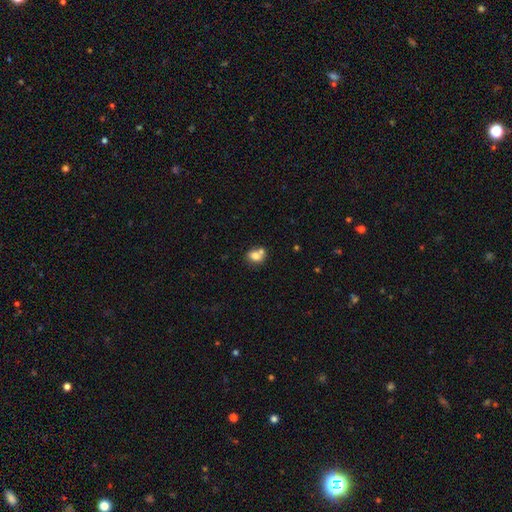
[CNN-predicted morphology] This is likely a smooth galaxy (77%). How rounded: possibly round (50%). Merging: possibly none (46%).